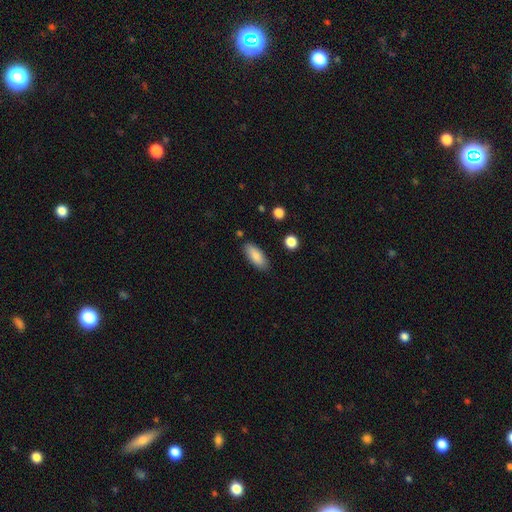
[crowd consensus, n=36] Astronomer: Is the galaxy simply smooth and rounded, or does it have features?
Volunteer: smooth — 86%.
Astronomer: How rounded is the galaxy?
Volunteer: in between — 74%.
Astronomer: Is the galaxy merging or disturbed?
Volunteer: none — 88%.